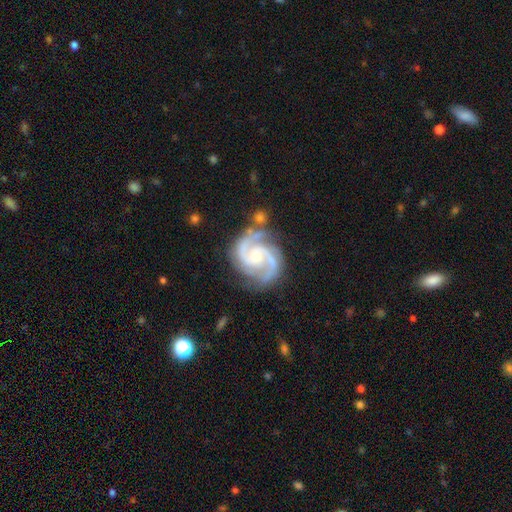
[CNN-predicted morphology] Smooth or featured? Predicted: featured or disk (p=0.93). Edge-on disk? Predicted: no (p=0.98). Bar? Predicted: no (p=0.59). Spiral arms? Predicted: yes (p=0.99). Spiral winding? Predicted: medium (p=0.56). Spiral arm count? Predicted: 2 (p=0.84). Bulge size? Predicted: small (p=0.56). Merging? Predicted: none (p=0.73).